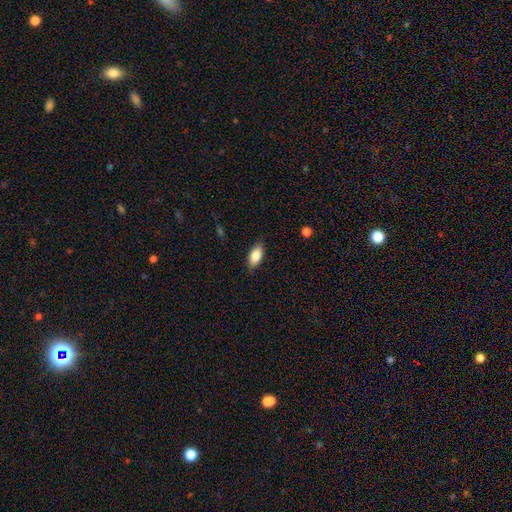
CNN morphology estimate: A smooth galaxy with no disk features (83%) that is in between round and cigar-shaped (89%). Merging: none (85%).